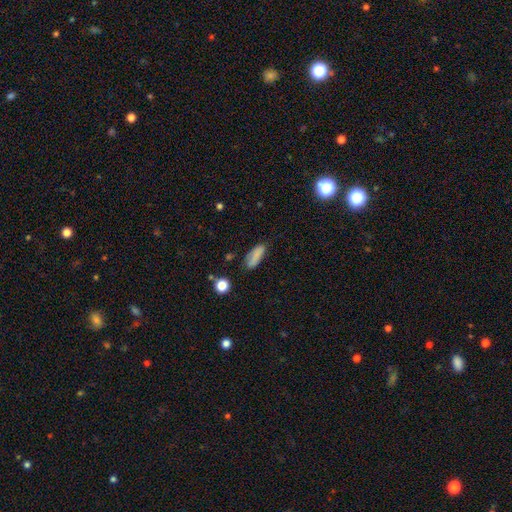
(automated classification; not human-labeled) smooth 83%, star or artifact 9%, featured or disk 8%. Down the decision tree: how rounded — in between (63%); merging — none (72%).